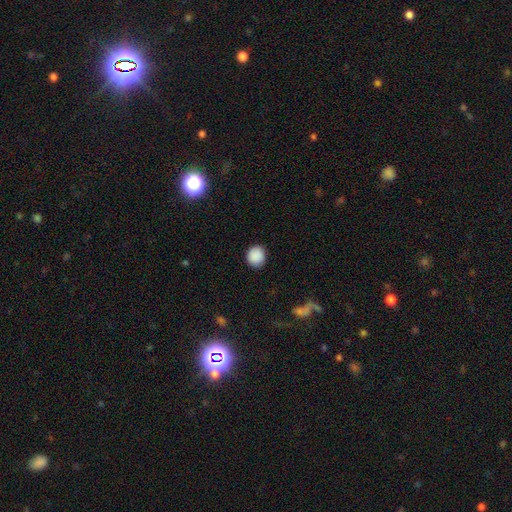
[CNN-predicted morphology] Smooth or featured? smooth (89%)
How rounded? round (85%)
Merging? none (89%)